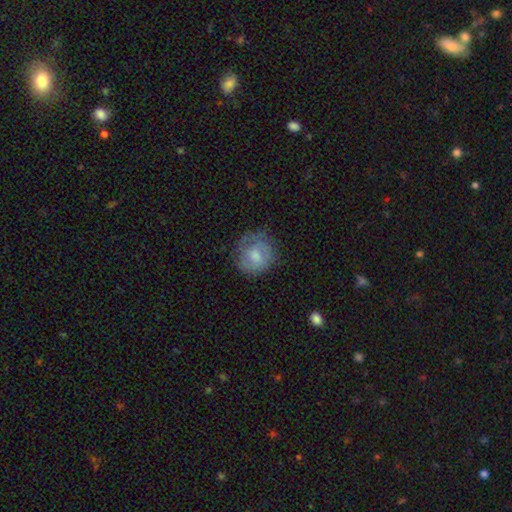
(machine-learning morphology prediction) smooth-or-featured: smooth: 53% | featured or disk: 40% | star or artifact: 7%
  how-rounded: round: 83% | in between: 16% | cigar-shaped: 1%
  merging: none: 63% | minor disturbance: 23% | major disturbance: 12% | merger: 1%